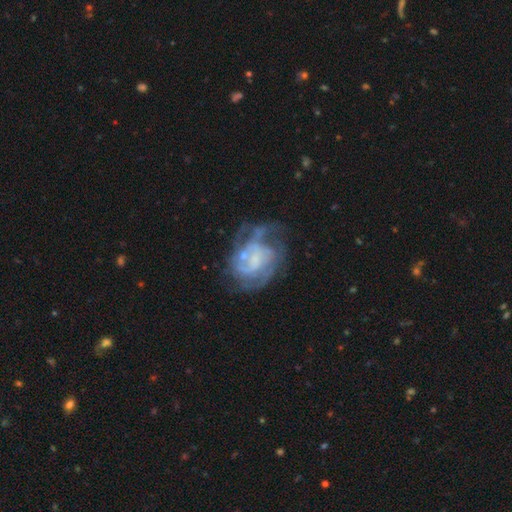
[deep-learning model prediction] Smooth or featured? Predicted: featured or disk (p=0.75). Edge-on disk? Predicted: no (p=0.97). Bar? Predicted: no (p=0.51). Spiral arms? Predicted: yes (p=0.82). Spiral winding? Predicted: tight (p=0.47). Spiral arm count? Predicted: can't tell (p=0.43). Bulge size? Predicted: small (p=0.45). Merging? Predicted: none (p=0.54).